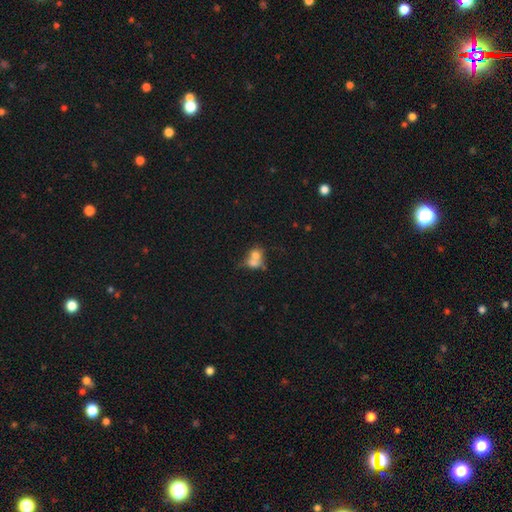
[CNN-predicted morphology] smooth_or_featured: smooth (p=0.64) [alt: featured or disk p=0.23]
how_rounded: round (p=0.59) [alt: in between p=0.39]
merging: merger (p=0.65) [alt: none p=0.22]